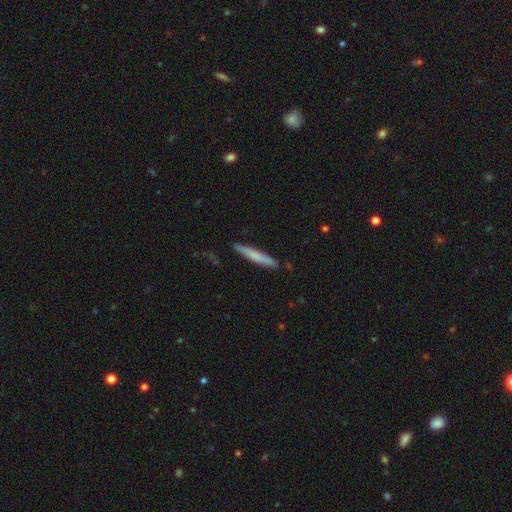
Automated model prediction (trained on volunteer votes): The model was most divided on "smooth or featured": smooth: 67%, featured or disk: 27%, star or artifact: 6%. More confident: how rounded — cigar-shaped (95%); merging — none (87%).